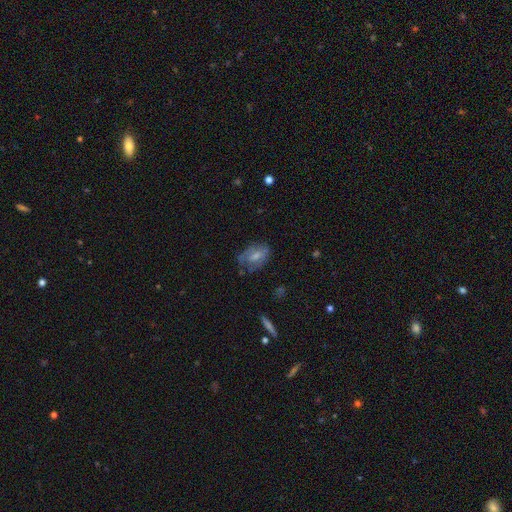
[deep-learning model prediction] This appears to be a smooth galaxy with no disk features (52%) that is in between round and cigar-shaped (81%). Merging: none (57%).